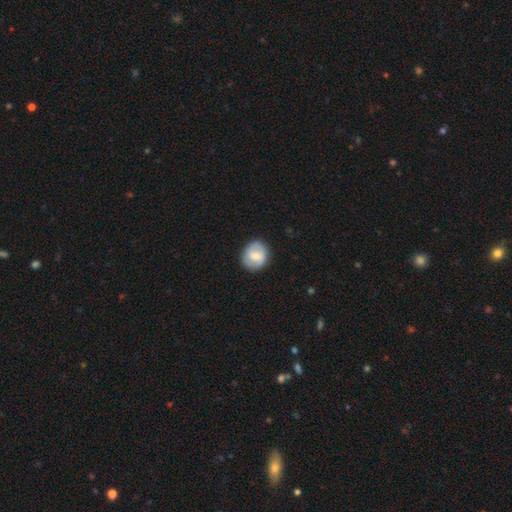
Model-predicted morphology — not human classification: smooth-or-featured: smooth: 59% | featured or disk: 34% | star or artifact: 7%
  how-rounded: round: 73% | in between: 26% | cigar-shaped: 1%
  merging: none: 83% | minor disturbance: 12% | major disturbance: 3% | merger: 1%